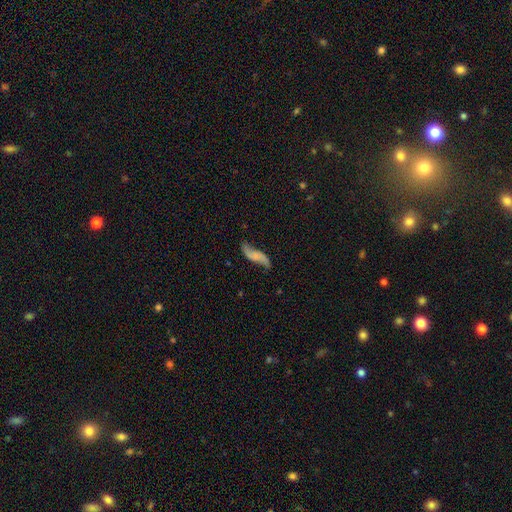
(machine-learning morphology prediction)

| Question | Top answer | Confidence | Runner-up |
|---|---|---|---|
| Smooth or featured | featured or disk | 65% | smooth (27%) |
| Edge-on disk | no | 90% | yes (10%) |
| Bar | no | 61% | weak (29%) |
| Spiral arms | yes | 91% | no (9%) |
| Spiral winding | loose | 87% | medium (10%) |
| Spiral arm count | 2 | 92% | 1 (3%) |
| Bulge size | none | 62% | small (24%) |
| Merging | none | 67% | minor disturbance (21%) |